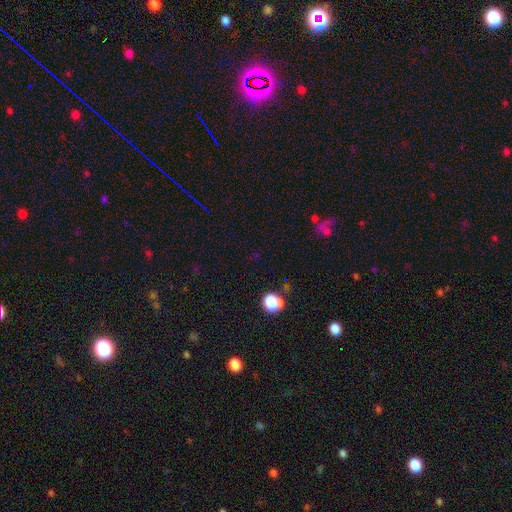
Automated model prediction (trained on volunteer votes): Smooth or featured?
  - star or artifact: 54% *
  - smooth: 38%
  - featured or disk: 8%